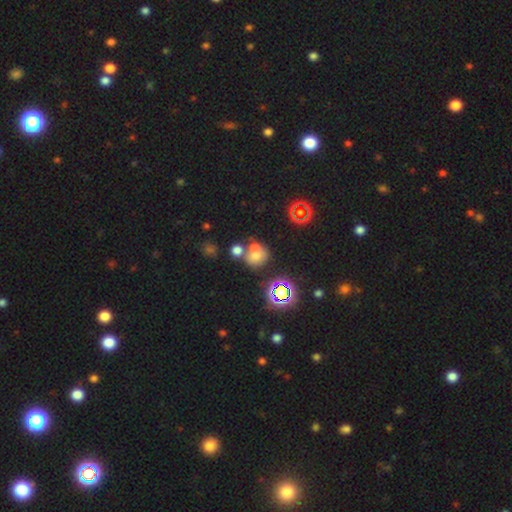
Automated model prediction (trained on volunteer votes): Smooth or featured?
  - smooth: 55% *
  - star or artifact: 28%
  - featured or disk: 16%
How rounded?
  - round: 78% *
  - in between: 21%
  - cigar-shaped: 1%
Merging?
  - none: 45% *
  - merger: 40%
  - minor disturbance: 10%
  - major disturbance: 5%